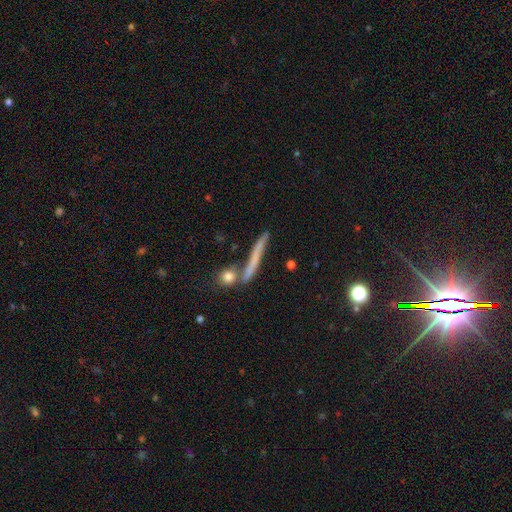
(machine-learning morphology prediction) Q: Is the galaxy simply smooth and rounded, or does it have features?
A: smooth — 54%.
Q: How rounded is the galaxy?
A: cigar-shaped — 91%.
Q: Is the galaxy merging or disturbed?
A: none — 73%.